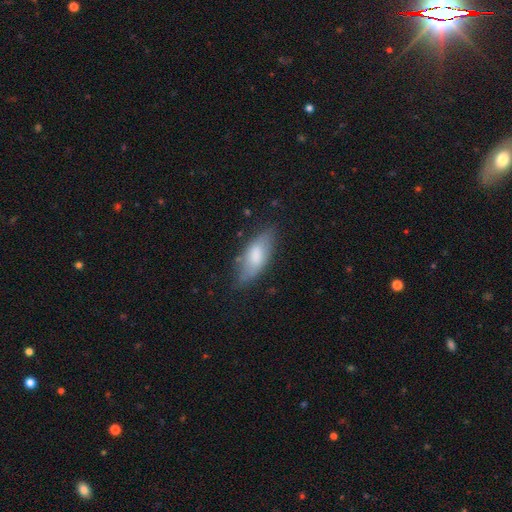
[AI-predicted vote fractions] This is likely a smooth galaxy (69%). How rounded: likely in between (78%). Merging: likely none (67%).